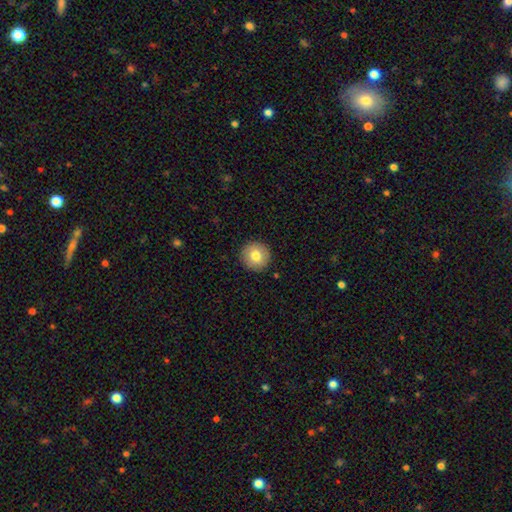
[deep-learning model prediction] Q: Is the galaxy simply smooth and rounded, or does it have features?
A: smooth — 79%.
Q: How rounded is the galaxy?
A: round — 96%.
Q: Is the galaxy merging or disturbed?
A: none — 92%.